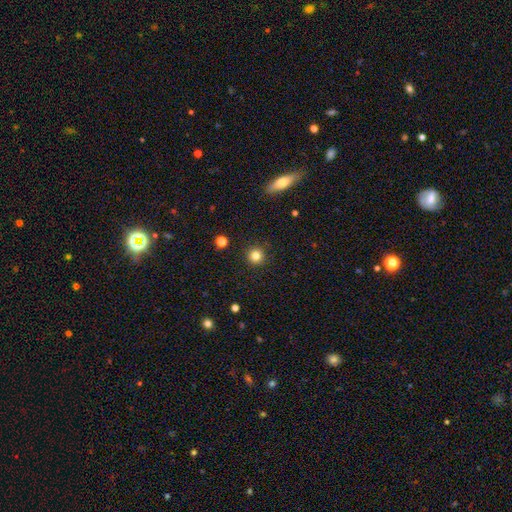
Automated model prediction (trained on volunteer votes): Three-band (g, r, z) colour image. It shows a smooth galaxy with no disk features (82%) that is round (95%). Merging: none (92%).